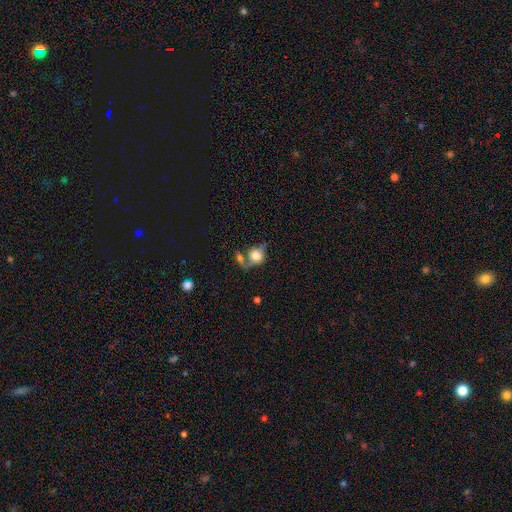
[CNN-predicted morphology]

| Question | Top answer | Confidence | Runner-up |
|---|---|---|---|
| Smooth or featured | smooth | 59% | featured or disk (30%) |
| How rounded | round | 70% | in between (28%) |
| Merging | none | 38% | merger (32%) |